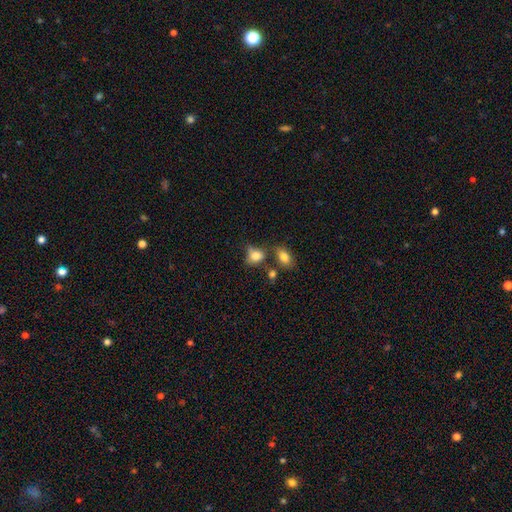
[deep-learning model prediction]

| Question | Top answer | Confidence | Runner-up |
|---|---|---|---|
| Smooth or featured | smooth | 78% | featured or disk (11%) |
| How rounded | in between | 64% | round (34%) |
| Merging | none | 44% | minor disturbance (25%) |